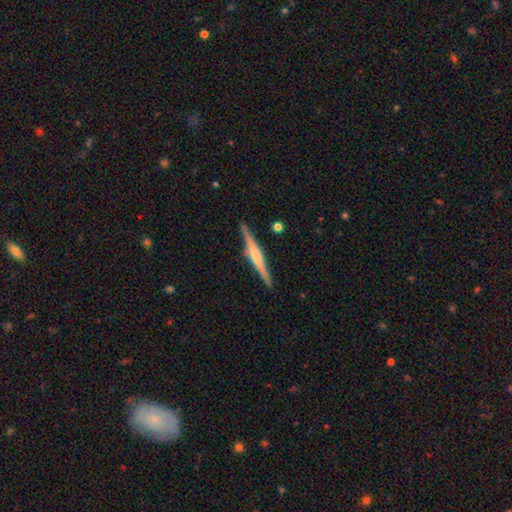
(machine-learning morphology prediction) This appears to be a featured or disk galaxy (72%) viewed edge-on (98%) with a rounded central bulge (57%). Merging: none (88%).